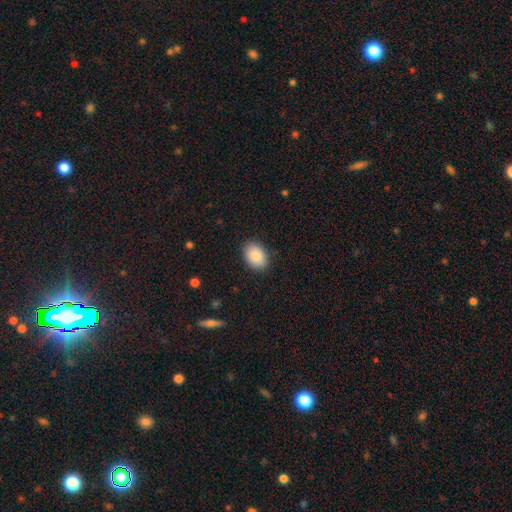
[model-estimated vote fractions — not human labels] The model was most divided on "how rounded": in between: 81%, round: 18%, cigar-shaped: 1%. More confident: merging — none (88%); smooth or featured — smooth (87%).